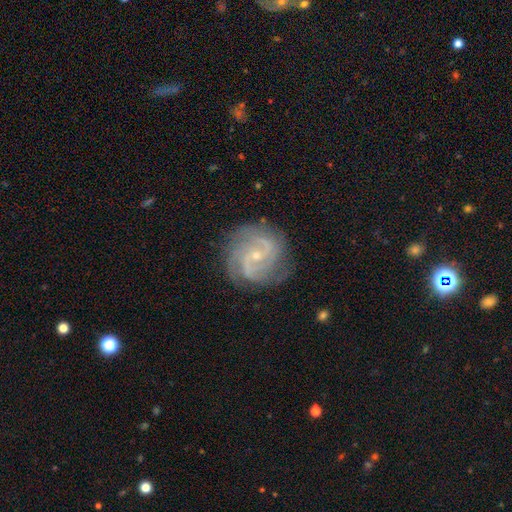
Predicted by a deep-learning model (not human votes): Morphology: type=featured or disk (88%); edge-on=no (98%); bar=no (47%); spiral arms=yes (97%); winding=medium (45%); arm count=2 (45%); bulge=small (74%); merging=none (79%).